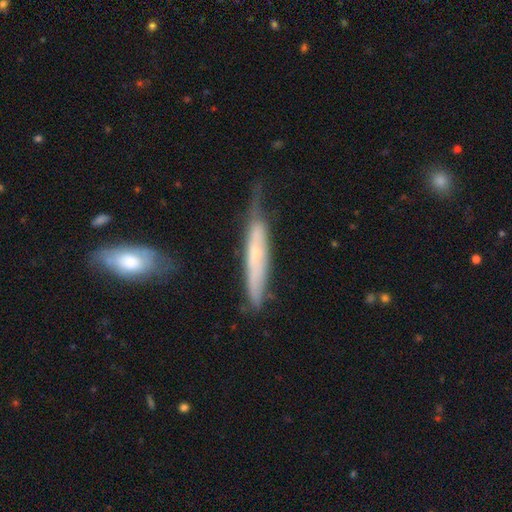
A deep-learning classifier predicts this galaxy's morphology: A featured or disk galaxy (57%) viewed edge-on (70%).

Vote fractions:
- Smooth or featured? featured or disk: 57% / smooth: 37% / star or artifact: 6%
- Edge-on disk? yes: 70% / no: 30%
- Merging? none: 51% / minor disturbance: 33% / major disturbance: 11% / merger: 4%